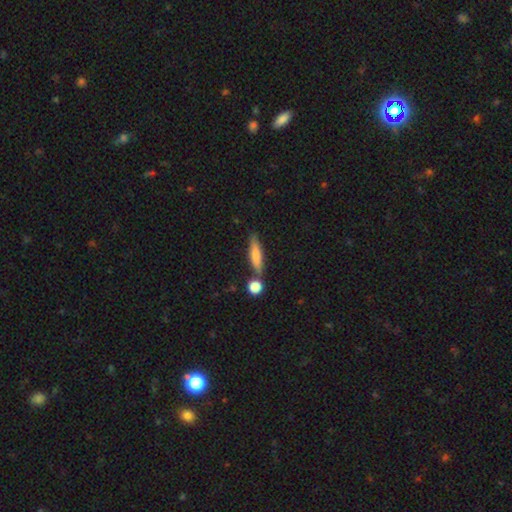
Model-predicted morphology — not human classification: A smooth galaxy with no disk features (70%) that is cigar-shaped (75%). Merging: none (69%).